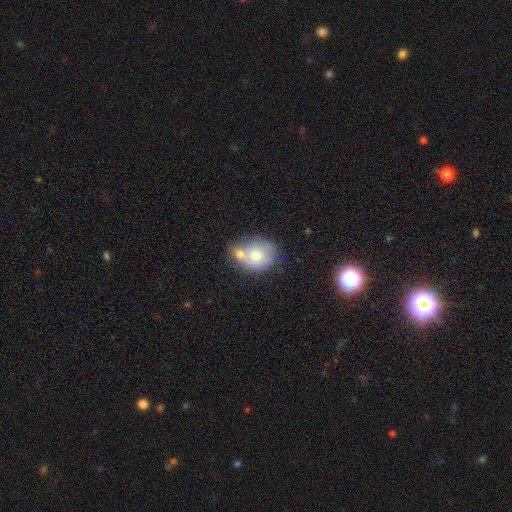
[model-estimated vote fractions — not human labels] A smooth galaxy with no disk features (71%) that is round (63%). Merging: merger (51%).